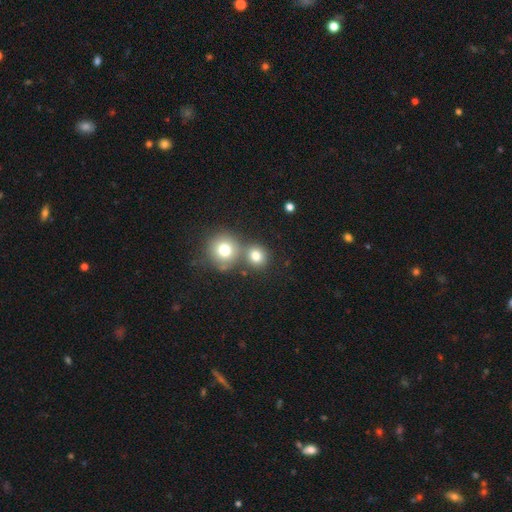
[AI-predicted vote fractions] Smooth or featured? smooth (77%)
How rounded? round (87%)
Merging? none (53%)